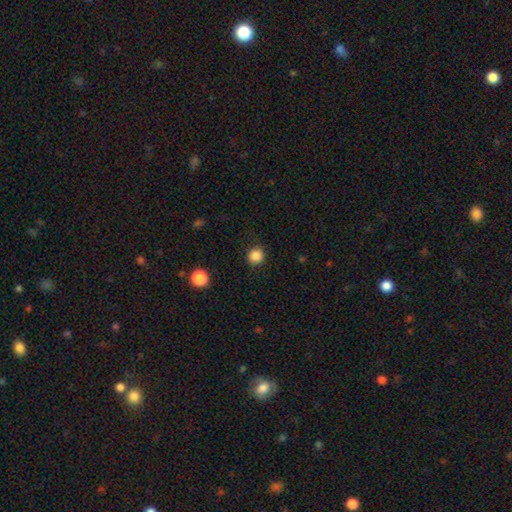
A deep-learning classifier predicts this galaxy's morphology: type=smooth (85%); roundness=round (90%); merging=none (88%).